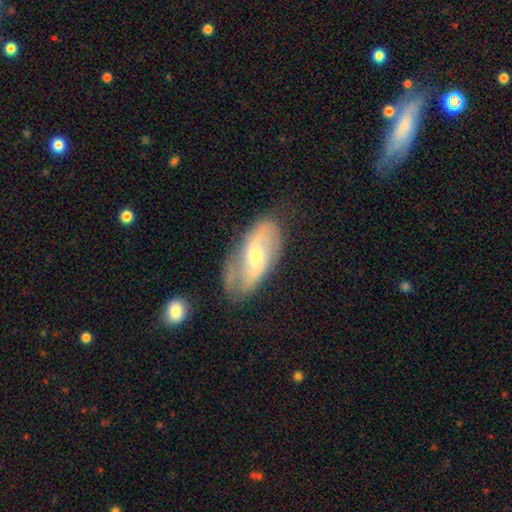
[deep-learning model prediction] Smooth or featured?
  - featured or disk: 71% *
  - smooth: 22%
  - star or artifact: 7%
Edge-on disk?
  - no: 92% *
  - yes: 8%
Bar?
  - weak: 46% *
  - no: 36%
  - strong: 18%
Spiral arms?
  - yes: 84% *
  - no: 16%
Spiral winding?
  - medium: 43% *
  - loose: 30%
  - tight: 27%
Spiral arm count?
  - 2: 72% *
  - can't tell: 18%
  - 1: 4%
  - 3: 3%
  - 4: 1%
  - more than 4: 1%
Bulge size?
  - moderate: 58% *
  - small: 36%
  - large: 4%
  - none: 1%
  - dominant: 1%
Merging?
  - none: 66% *
  - minor disturbance: 22%
  - major disturbance: 9%
  - merger: 3%